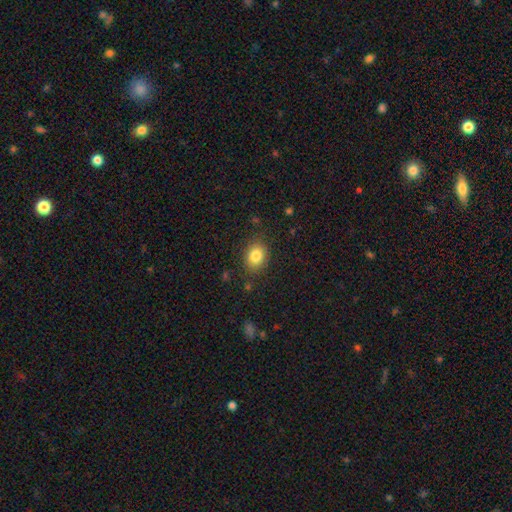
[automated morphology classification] Smooth or featured? Predicted: smooth (p=0.84). How rounded? Predicted: in between (p=0.59). Merging? Predicted: none (p=0.84).